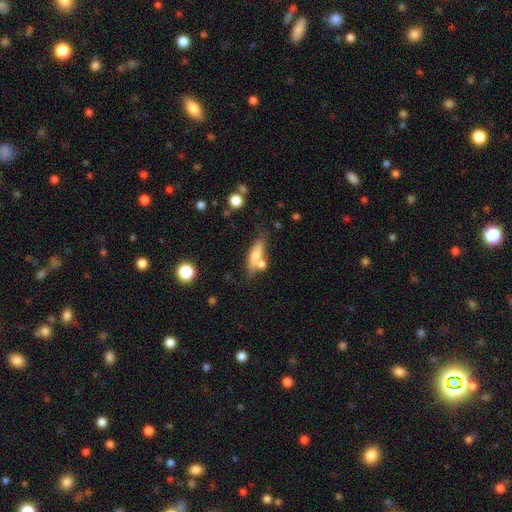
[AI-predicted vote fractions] The model was most divided on "how rounded": cigar-shaped: 58%, in between: 39%, round: 4%. More confident: smooth or featured — smooth (61%); merging — none (58%).